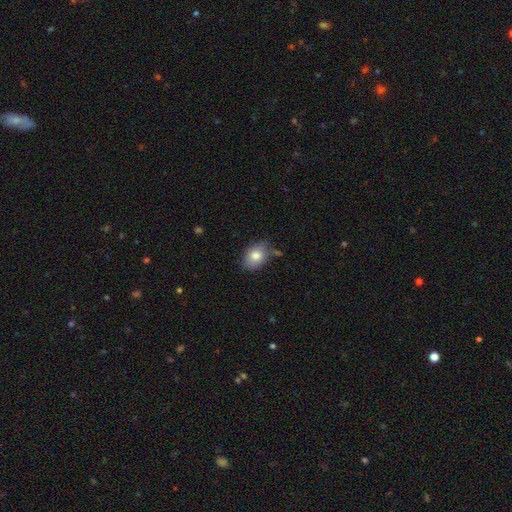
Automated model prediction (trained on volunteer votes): A smooth galaxy with no disk features (81%) that is in between round and cigar-shaped (74%).

Vote fractions:
- Smooth or featured? smooth: 81% / featured or disk: 11% / star or artifact: 8%
- How rounded? in between: 74% / round: 24% / cigar-shaped: 1%
- Merging? none: 71% / minor disturbance: 20% / merger: 5% / major disturbance: 4%